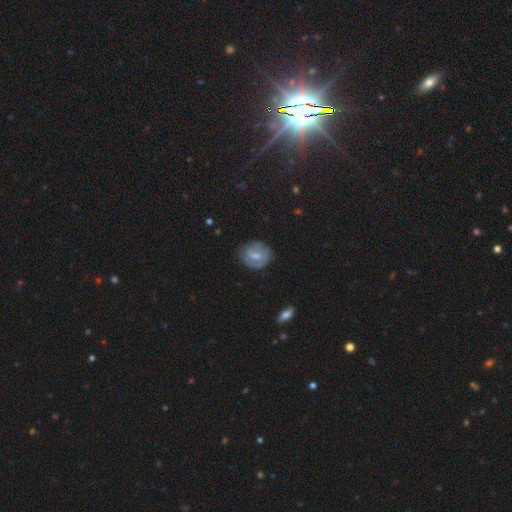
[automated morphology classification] smooth 47%, featured or disk 44%, star or artifact 8%. Down the decision tree: merging — none (70%).